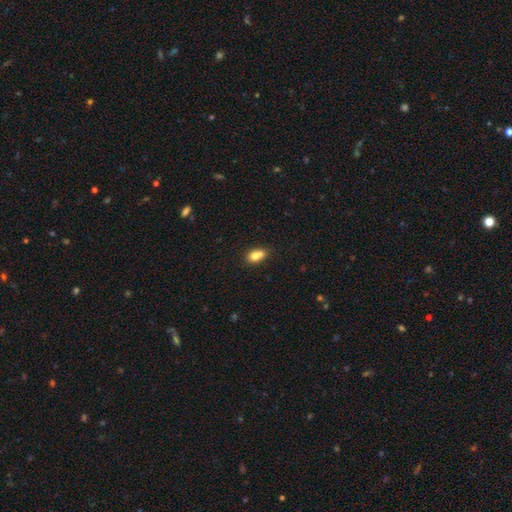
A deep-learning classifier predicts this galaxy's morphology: This is likely a smooth galaxy (77%). How rounded: likely in between (76%). Merging: possibly none (50%).